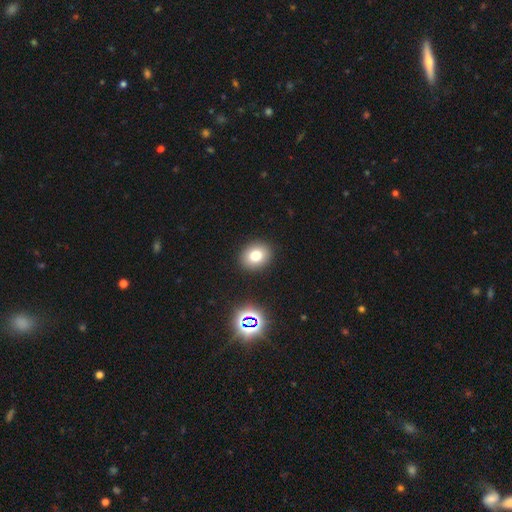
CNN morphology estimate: This appears to be a smooth galaxy with no disk features (76%) that is round (61%). Merging: none (90%).